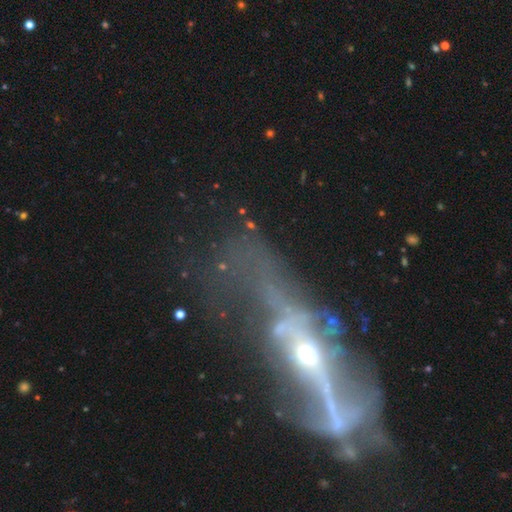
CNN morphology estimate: Smooth or featured: featured or disk — 72% (star or artifact — 15%)
Edge-on disk: no — 64% (yes — 36%)
Merging: major disturbance — 43% (none — 24%)